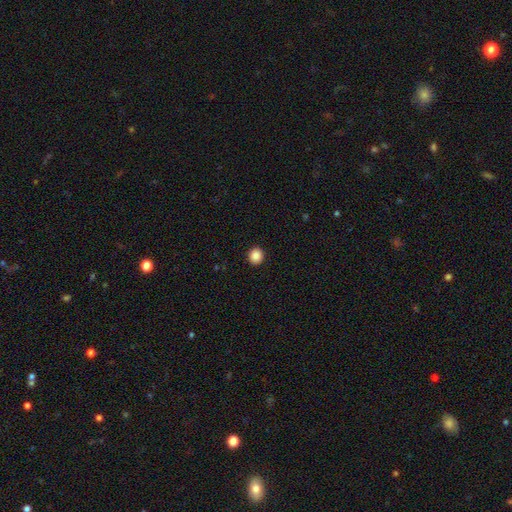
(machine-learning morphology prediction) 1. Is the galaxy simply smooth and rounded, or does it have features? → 87% smooth, 10% star or artifact, 3% featured or disk.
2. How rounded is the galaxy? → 85% round, 14% in between, 1% cigar-shaped.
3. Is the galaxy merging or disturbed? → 93% none, 5% minor disturbance, 2% major disturbance, 1% merger.